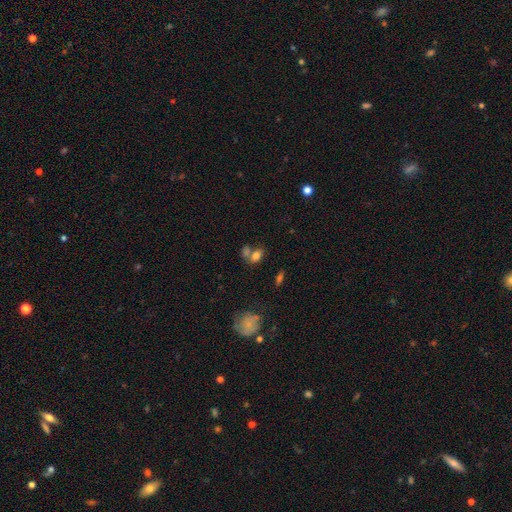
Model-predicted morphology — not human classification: smooth_or_featured: smooth (p=0.76) [alt: featured or disk p=0.12]
how_rounded: in between (p=0.79) [alt: round p=0.19]
merging: merger (p=0.44) [alt: none p=0.40]